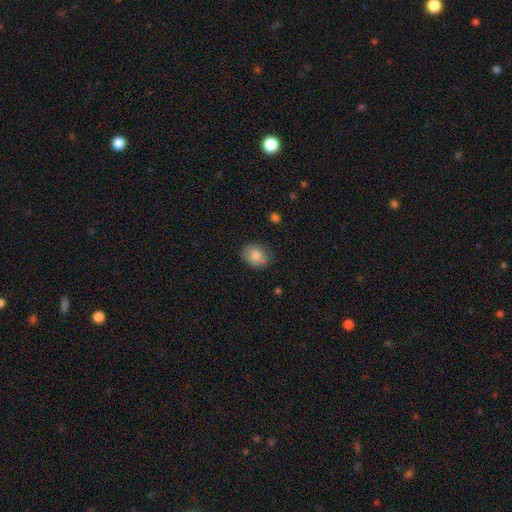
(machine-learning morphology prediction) Smooth or featured? Predicted: smooth (p=0.82). How rounded? Predicted: in between (p=0.56). Merging? Predicted: none (p=0.77).